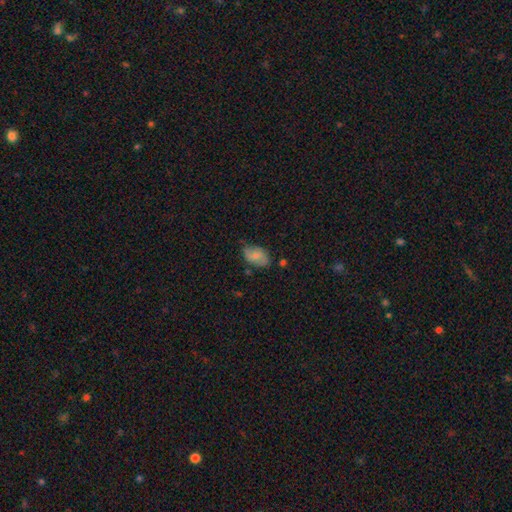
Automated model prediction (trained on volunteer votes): Smooth or featured?
  - smooth: 61% *
  - featured or disk: 32%
  - star or artifact: 7%
How rounded?
  - in between: 90% *
  - round: 8%
  - cigar-shaped: 2%
Merging?
  - none: 68% *
  - minor disturbance: 24%
  - major disturbance: 5%
  - merger: 3%